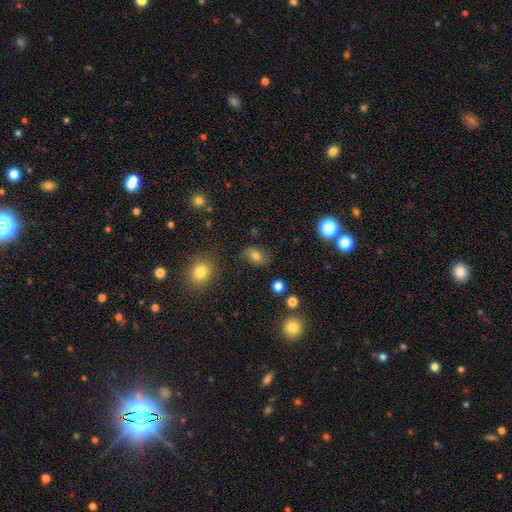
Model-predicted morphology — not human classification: This is likely a smooth galaxy (74%). How rounded: clearly in between (82%). Merging: likely none (78%).